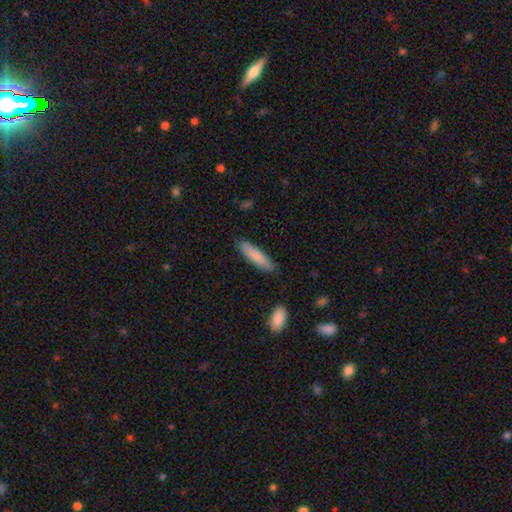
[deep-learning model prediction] Q: Smooth or featured?
A: smooth (80%); runner-up: featured or disk (14%)
Q: How rounded?
A: cigar-shaped (73%); runner-up: in between (25%)
Q: Merging?
A: none (86%); runner-up: minor disturbance (11%)